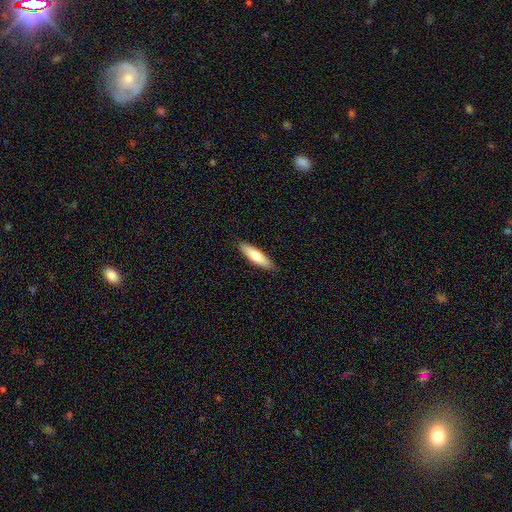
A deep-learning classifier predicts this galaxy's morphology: This appears to be a smooth galaxy with no disk features (73%) that is cigar-shaped (66%). Merging: none (89%).